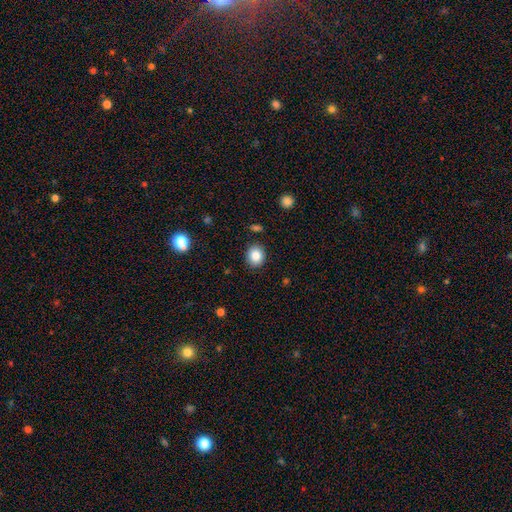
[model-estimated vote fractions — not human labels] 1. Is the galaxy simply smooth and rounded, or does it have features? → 84% smooth, 10% star or artifact, 6% featured or disk.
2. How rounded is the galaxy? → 71% round, 28% in between, 1% cigar-shaped.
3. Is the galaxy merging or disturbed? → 89% none, 8% minor disturbance, 2% major disturbance, 2% merger.